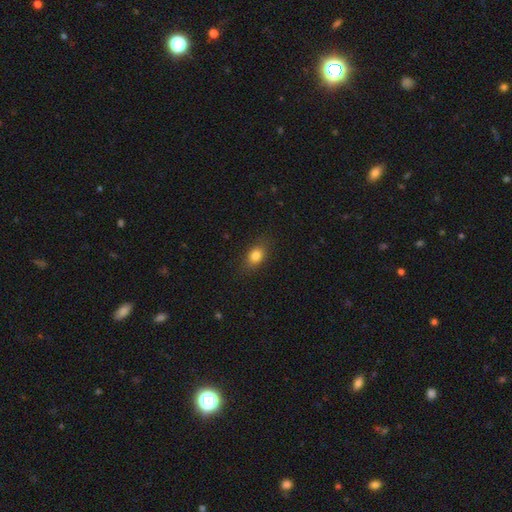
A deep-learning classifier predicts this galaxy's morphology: Overall: smooth (82%). How rounded: in between (74%). Merging: none (84%).